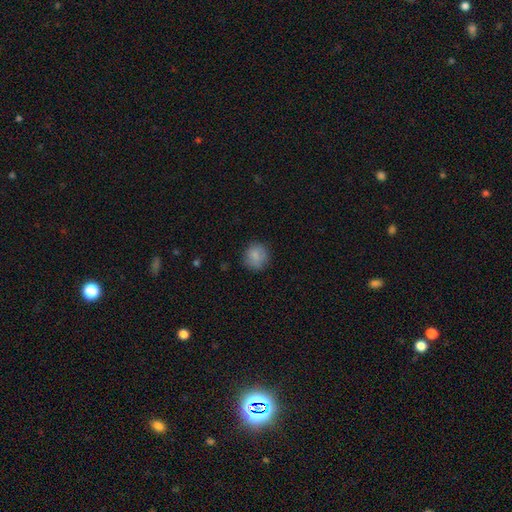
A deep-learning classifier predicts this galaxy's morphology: Smooth or featured? Predicted: smooth (p=0.85). How rounded? Predicted: round (p=0.88). Merging? Predicted: none (p=0.84).